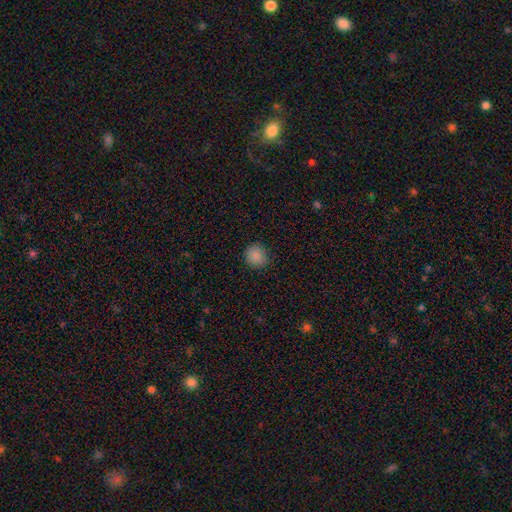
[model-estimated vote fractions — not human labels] A smooth galaxy with no disk features (87%) that is round (90%).

Vote fractions:
- Smooth or featured? smooth: 87% / star or artifact: 10% / featured or disk: 3%
- How rounded? round: 90% / in between: 9% / cigar-shaped: 1%
- Merging? none: 90% / minor disturbance: 7% / major disturbance: 2% / merger: 1%